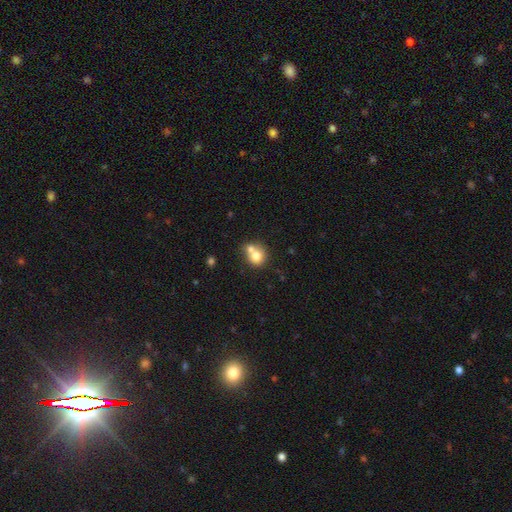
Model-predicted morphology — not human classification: This is likely a smooth galaxy (73%). How rounded: likely round (76%). Merging: possibly merger (51%).